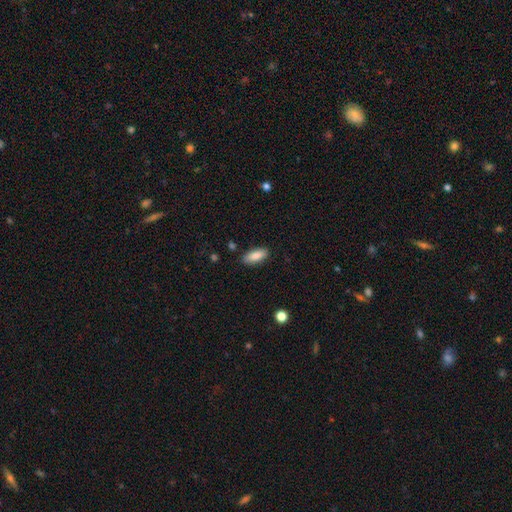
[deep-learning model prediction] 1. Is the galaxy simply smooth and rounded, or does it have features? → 85% smooth, 8% featured or disk, 7% star or artifact.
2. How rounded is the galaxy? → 81% in between, 17% cigar-shaped, 2% round.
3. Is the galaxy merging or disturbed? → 86% none, 11% minor disturbance, 2% major disturbance, 1% merger.